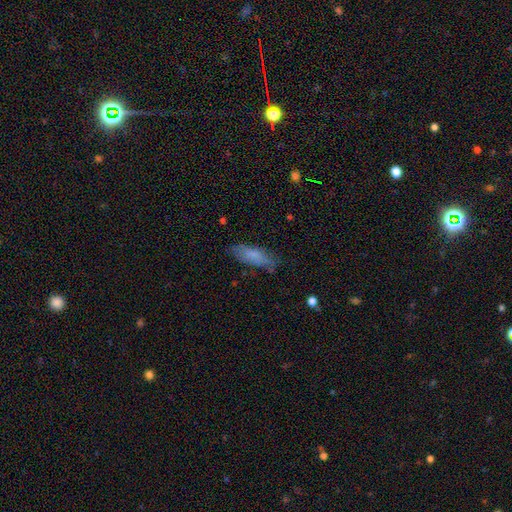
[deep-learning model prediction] Smooth or featured?
  - smooth: 65% *
  - featured or disk: 26%
  - star or artifact: 10%
How rounded?
  - in between: 51% *
  - cigar-shaped: 47%
  - round: 2%
Merging?
  - none: 77% *
  - minor disturbance: 17%
  - major disturbance: 4%
  - merger: 2%